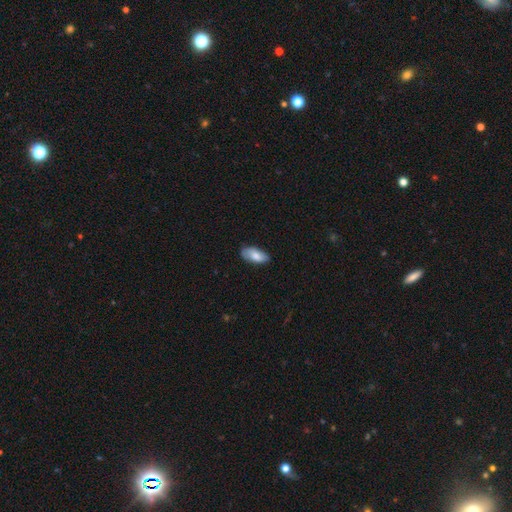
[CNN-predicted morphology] Smooth or featured: smooth — 78% (featured or disk — 16%)
How rounded: in between — 90% (cigar-shaped — 8%)
Merging: none — 74% (minor disturbance — 21%)